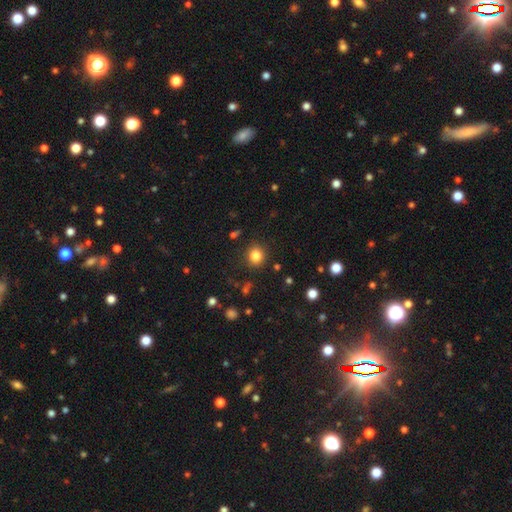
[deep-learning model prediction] Smooth or featured?
  - smooth: 83% *
  - star or artifact: 12%
  - featured or disk: 5%
How rounded?
  - round: 82% *
  - in between: 17%
  - cigar-shaped: 1%
Merging?
  - none: 88% *
  - minor disturbance: 8%
  - major disturbance: 3%
  - merger: 2%